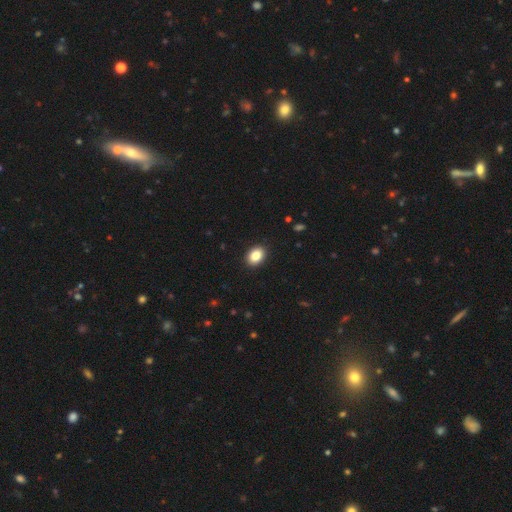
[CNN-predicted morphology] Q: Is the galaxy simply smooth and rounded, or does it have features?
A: smooth — 86%.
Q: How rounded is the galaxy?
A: in between — 70%.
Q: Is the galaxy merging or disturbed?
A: none — 91%.